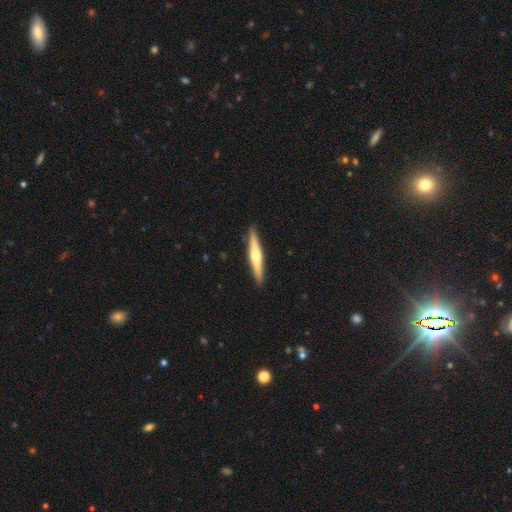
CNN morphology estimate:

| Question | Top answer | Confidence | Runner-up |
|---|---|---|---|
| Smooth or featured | featured or disk | 56% | smooth (40%) |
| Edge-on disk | yes | 97% | no (3%) |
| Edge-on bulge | rounded | 87% | none (8%) |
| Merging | none | 91% | minor disturbance (6%) |